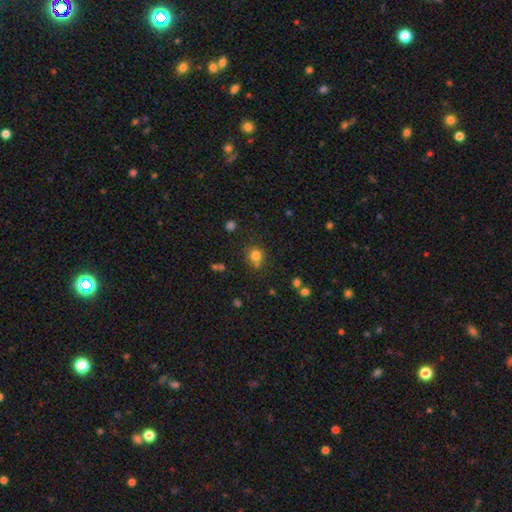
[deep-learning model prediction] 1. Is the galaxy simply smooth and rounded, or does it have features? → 79% smooth, 14% star or artifact, 7% featured or disk.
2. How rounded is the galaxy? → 83% round, 16% in between, 1% cigar-shaped.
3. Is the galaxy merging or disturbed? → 65% none, 16% minor disturbance, 14% merger, 5% major disturbance.